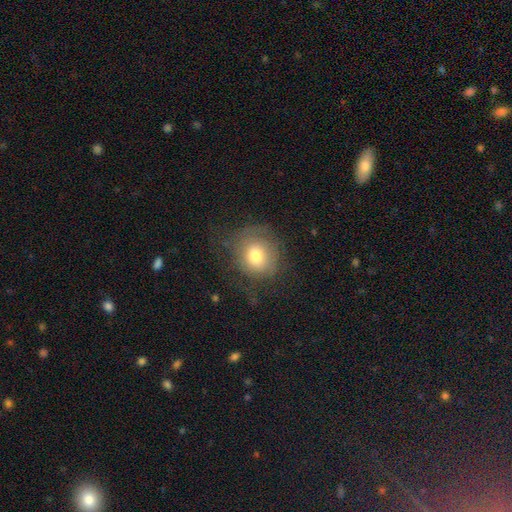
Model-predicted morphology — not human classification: smooth-or-featured: smooth: 70% | featured or disk: 20% | star or artifact: 11%
  how-rounded: round: 84% | in between: 16% | cigar-shaped: 1%
  merging: none: 59% | minor disturbance: 21% | major disturbance: 19% | merger: 1%